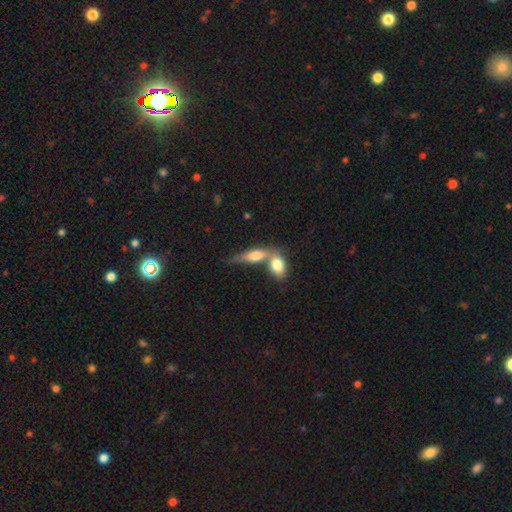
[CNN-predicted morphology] Q: Smooth or featured?
A: smooth (62%); runner-up: featured or disk (31%)
Q: How rounded?
A: in between (60%); runner-up: cigar-shaped (34%)
Q: Merging?
A: merger (58%); runner-up: none (27%)